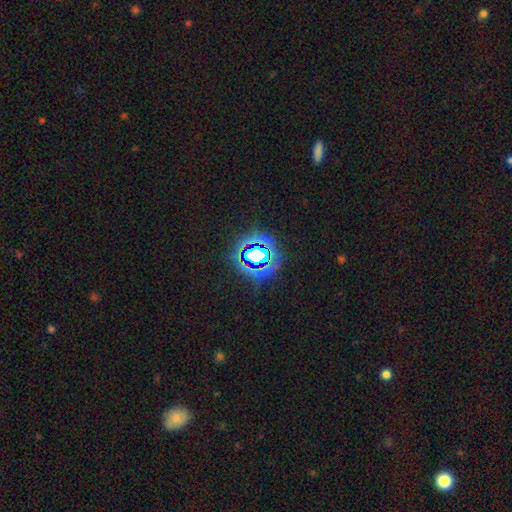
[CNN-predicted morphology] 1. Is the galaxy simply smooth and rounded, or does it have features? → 68% star or artifact, 19% smooth, 13% featured or disk.